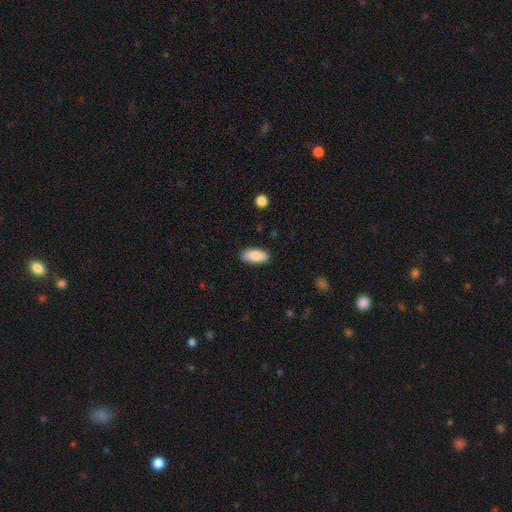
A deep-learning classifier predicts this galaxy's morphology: This is clearly a smooth galaxy (85%). How rounded: clearly in between (88%). Merging: clearly none (87%).